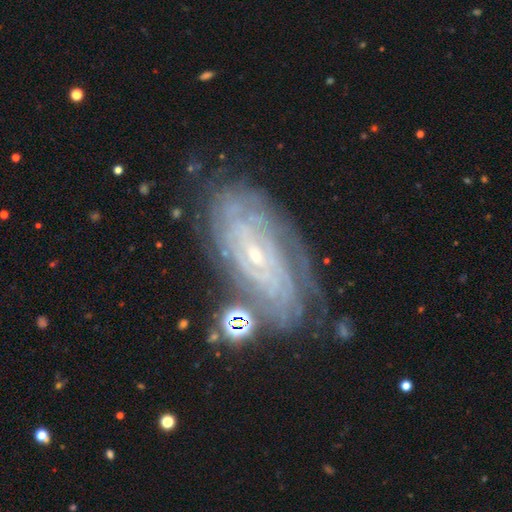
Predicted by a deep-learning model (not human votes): Smooth or featured? Predicted: featured or disk (p=0.85). Edge-on disk? Predicted: no (p=0.93). Bar? Predicted: no (p=0.55). Spiral arms? Predicted: yes (p=0.95). Spiral winding? Predicted: tight (p=0.81). Spiral arm count? Predicted: can't tell (p=0.43). Bulge size? Predicted: small (p=0.84). Merging? Predicted: none (p=0.73).